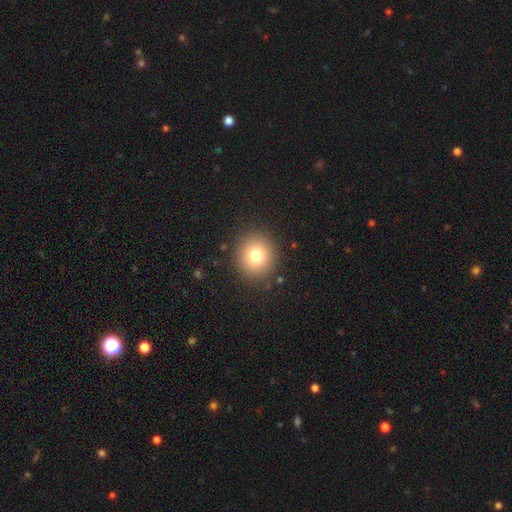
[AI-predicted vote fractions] Q: Smooth or featured?
A: smooth (78%); runner-up: star or artifact (12%)
Q: How rounded?
A: round (91%); runner-up: in between (8%)
Q: Merging?
A: none (89%); runner-up: minor disturbance (7%)